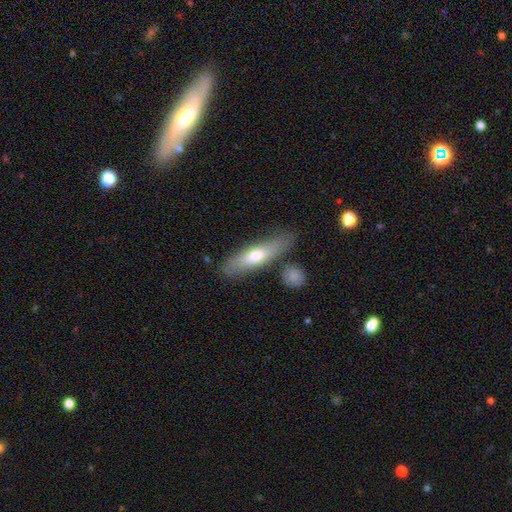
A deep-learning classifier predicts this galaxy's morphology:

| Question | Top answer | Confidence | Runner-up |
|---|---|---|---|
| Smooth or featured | smooth | 60% | featured or disk (34%) |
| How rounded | cigar-shaped | 67% | in between (31%) |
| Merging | none | 76% | minor disturbance (14%) |